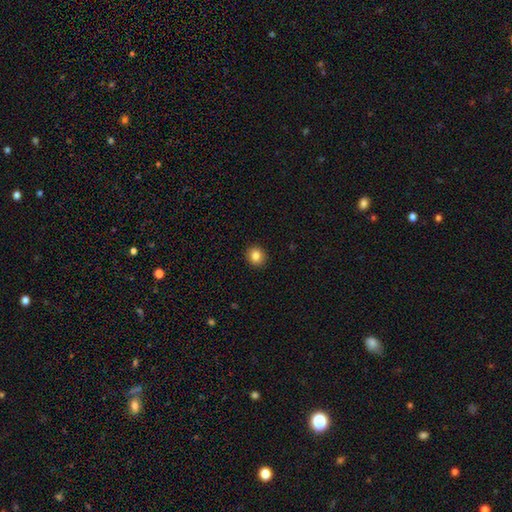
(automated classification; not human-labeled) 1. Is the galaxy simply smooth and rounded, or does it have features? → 85% smooth, 10% star or artifact, 5% featured or disk.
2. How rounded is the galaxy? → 79% round, 21% in between, 1% cigar-shaped.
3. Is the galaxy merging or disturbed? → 91% none, 6% minor disturbance, 2% major disturbance, 1% merger.